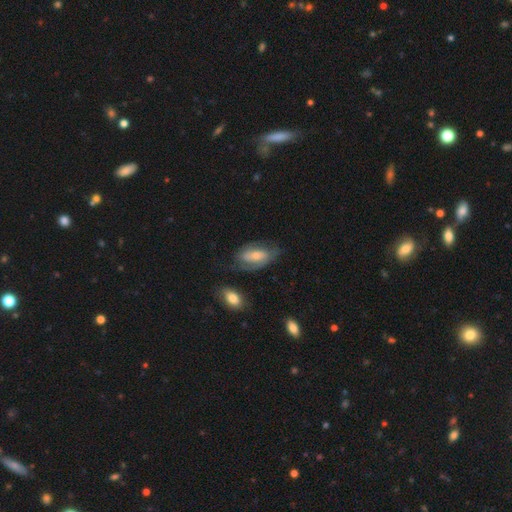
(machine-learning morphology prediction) type=featured or disk (57%); edge-on=no (92%); bar=no (44%); spiral arms=yes (73%); bulge=small (47%); merging=none (58%).